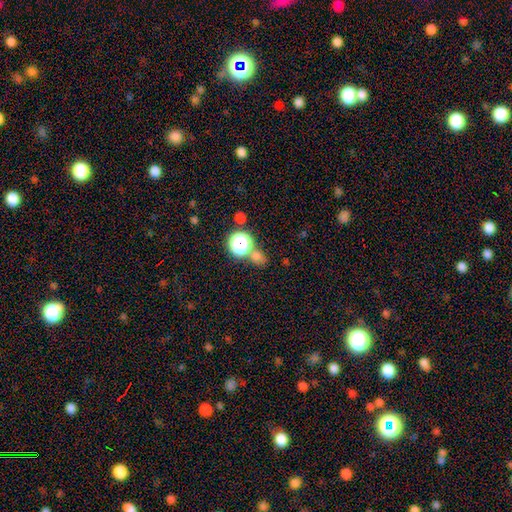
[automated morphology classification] This appears to be a smooth galaxy with no disk features (61%) that is round (72%). Merging: none (64%).